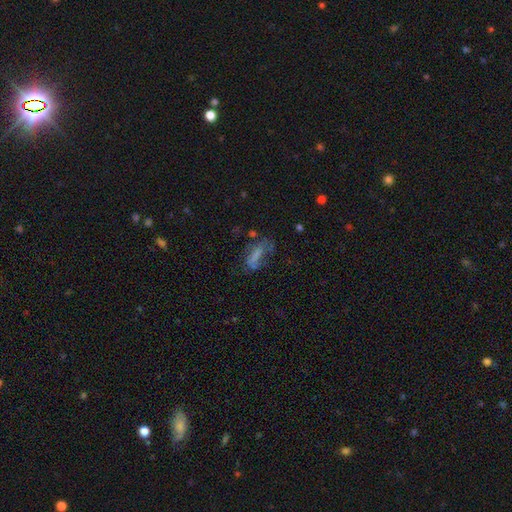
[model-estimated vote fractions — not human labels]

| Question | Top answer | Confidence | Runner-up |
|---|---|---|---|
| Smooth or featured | smooth | 53% | featured or disk (32%) |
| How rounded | in between | 60% | cigar-shaped (36%) |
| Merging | none | 41% | major disturbance (28%) |